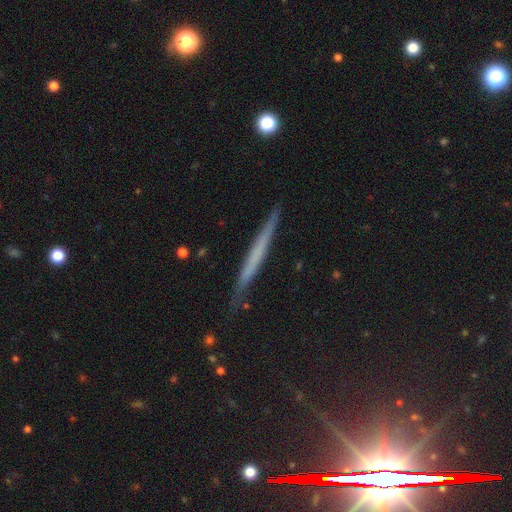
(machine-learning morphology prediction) smooth_or_featured: featured or disk (p=0.50) [alt: smooth p=0.41]
merging: none (p=0.86) [alt: minor disturbance p=0.11]